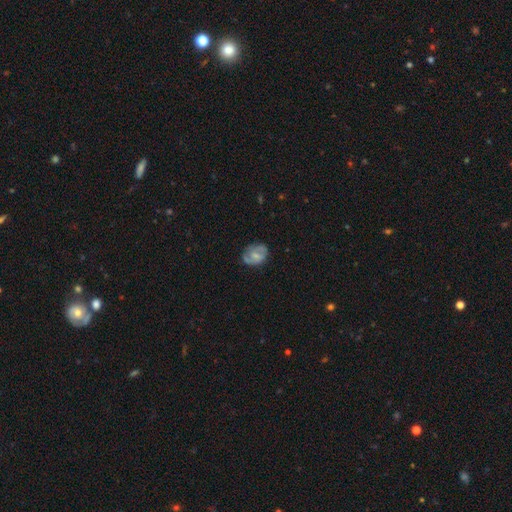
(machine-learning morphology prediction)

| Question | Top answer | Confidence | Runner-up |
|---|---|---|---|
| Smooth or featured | featured or disk | 50% | smooth (43%) |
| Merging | none | 63% | minor disturbance (26%) |